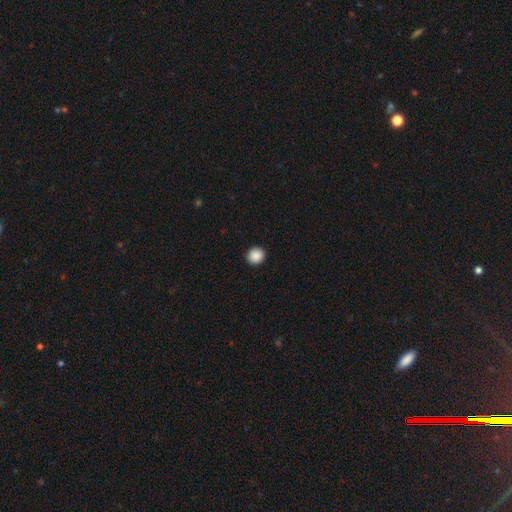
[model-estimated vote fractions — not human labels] Q: Smooth or featured?
A: smooth (89%); runner-up: star or artifact (9%)
Q: How rounded?
A: round (93%); runner-up: in between (6%)
Q: Merging?
A: none (93%); runner-up: minor disturbance (4%)